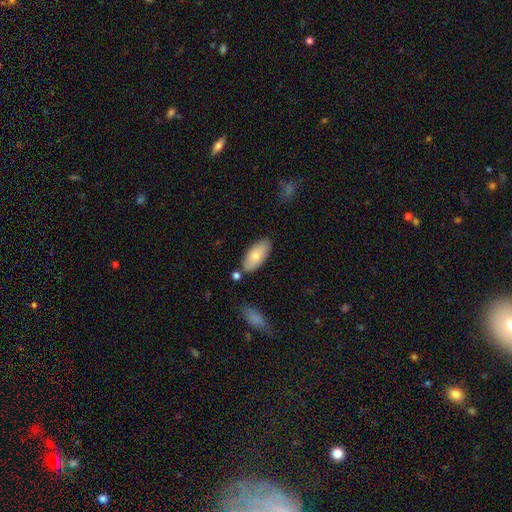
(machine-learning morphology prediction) A smooth galaxy with no disk features (76%) that is in between round and cigar-shaped (88%). Merging: none (78%).